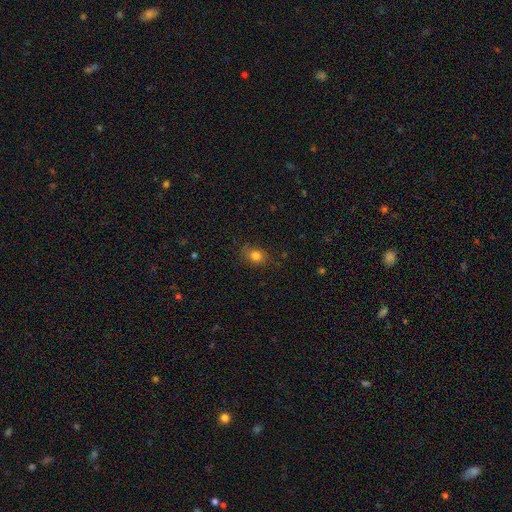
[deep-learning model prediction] Smooth or featured? Predicted: smooth (p=0.81). How rounded? Predicted: round (p=0.51). Merging? Predicted: none (p=0.77).